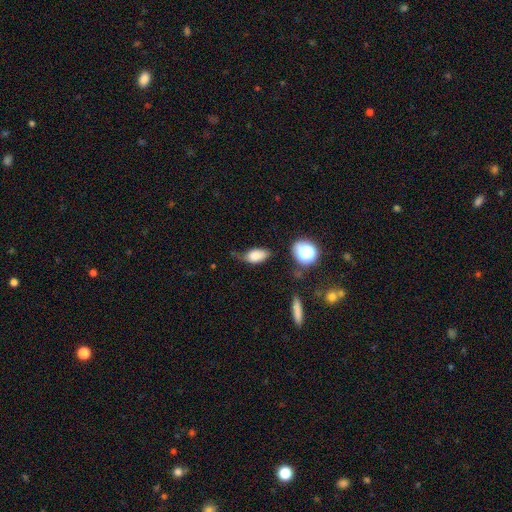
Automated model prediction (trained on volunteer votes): smooth-or-featured: smooth: 80% | star or artifact: 11% | featured or disk: 10%
  how-rounded: in between: 88% | round: 8% | cigar-shaped: 4%
  merging: none: 44% | minor disturbance: 36% | major disturbance: 15% | merger: 5%